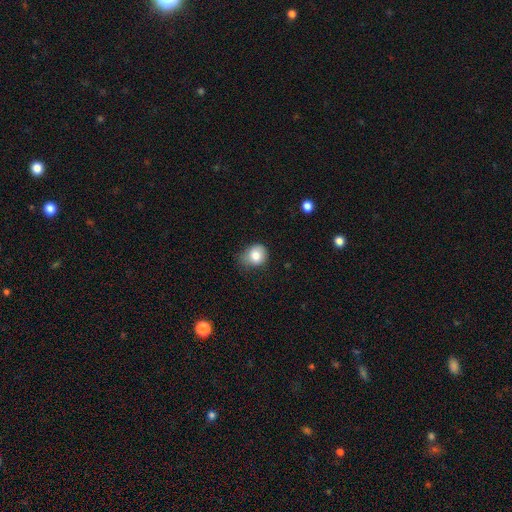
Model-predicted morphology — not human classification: This appears to be a smooth galaxy with no disk features (80%) that is round (65%). Merging: none (53%).